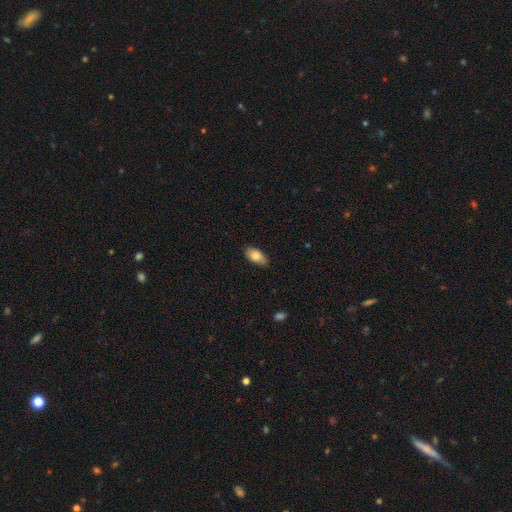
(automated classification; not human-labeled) Smooth or featured? smooth (80%)
How rounded? in between (92%)
Merging? none (79%)